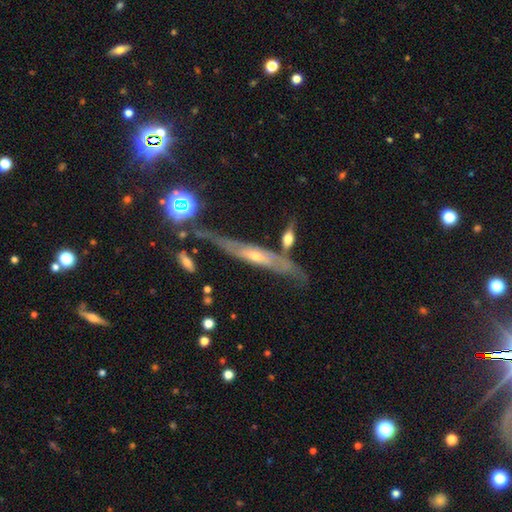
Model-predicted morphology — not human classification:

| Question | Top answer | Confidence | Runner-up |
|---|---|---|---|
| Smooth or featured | featured or disk | 74% | smooth (18%) |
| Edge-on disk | yes | 70% | no (30%) |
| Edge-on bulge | rounded | 67% | none (25%) |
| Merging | none | 59% | minor disturbance (21%) |